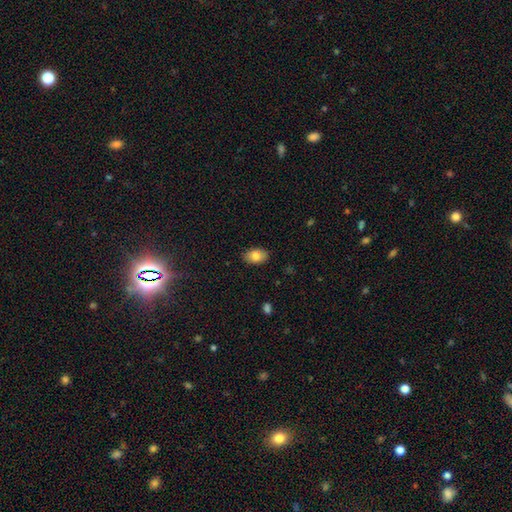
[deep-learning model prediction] smooth 82%, featured or disk 11%, star or artifact 7%. Down the decision tree: how rounded — in between (89%); merging — none (85%).